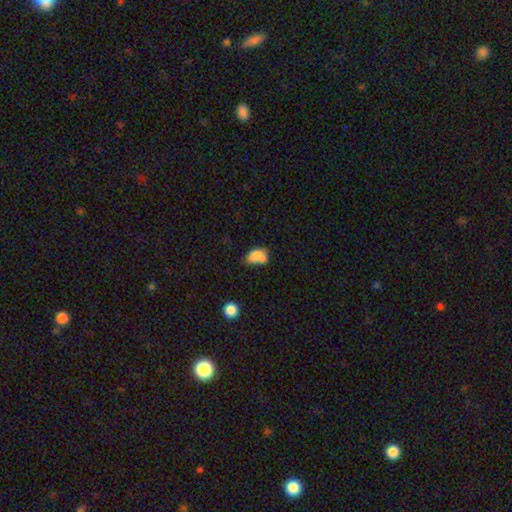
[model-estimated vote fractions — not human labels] Smooth or featured?
  - smooth: 76% *
  - featured or disk: 14%
  - star or artifact: 9%
How rounded?
  - in between: 77% *
  - round: 21%
  - cigar-shaped: 2%
Merging?
  - merger: 41% *
  - none: 32%
  - minor disturbance: 20%
  - major disturbance: 8%